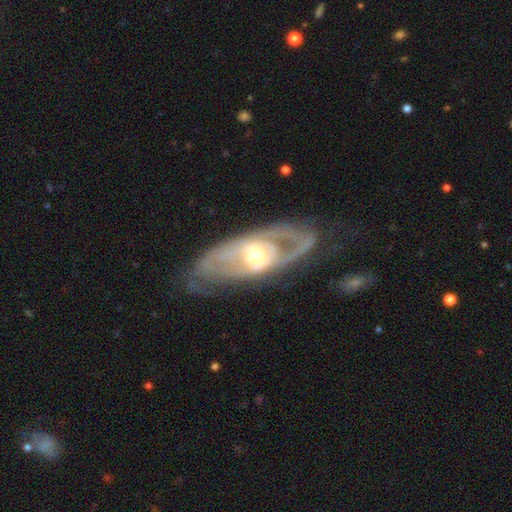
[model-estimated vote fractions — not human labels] featured or disk 82%, smooth 13%, star or artifact 5%. Down the decision tree: edge-on disk — no (86%); bar — no (57%); spiral arms — yes (70%); bulge size — moderate (62%); merging — none (66%).